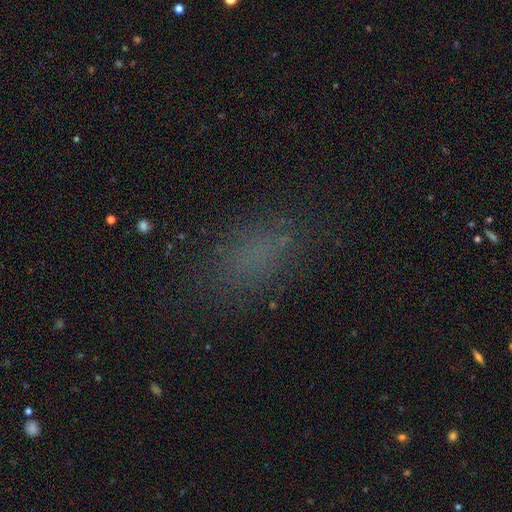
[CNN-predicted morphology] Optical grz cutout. It shows a smooth galaxy with no disk features (69%) that is in between round and cigar-shaped (82%). Merging: none (76%).